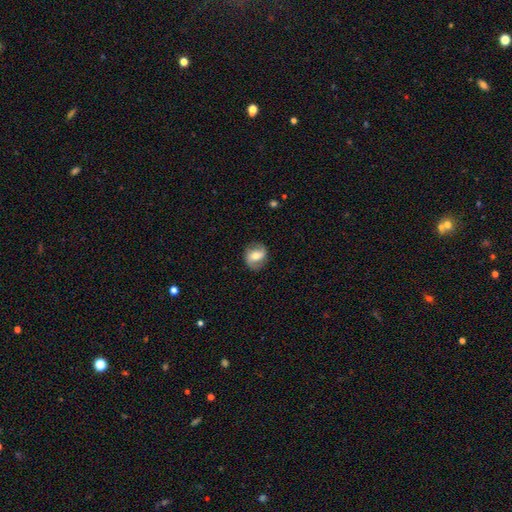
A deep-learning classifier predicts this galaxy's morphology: This is possibly a featured or disk galaxy (49%). Merging: clearly none (80%).